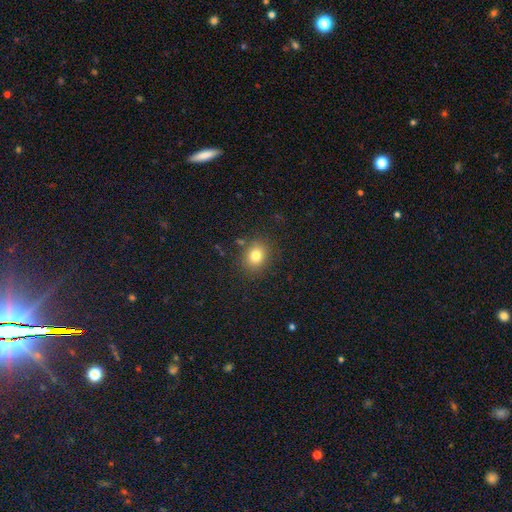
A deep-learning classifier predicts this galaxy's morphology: Smooth or featured? Predicted: smooth (p=0.80). How rounded? Predicted: round (p=0.62). Merging? Predicted: none (p=0.84).